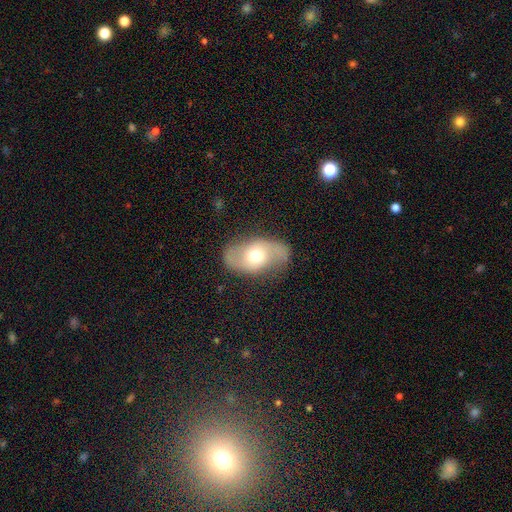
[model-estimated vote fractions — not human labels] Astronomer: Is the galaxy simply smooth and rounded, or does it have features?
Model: featured or disk — 70%.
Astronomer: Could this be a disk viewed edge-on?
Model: no — 95%.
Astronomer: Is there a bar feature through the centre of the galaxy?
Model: no — 66%.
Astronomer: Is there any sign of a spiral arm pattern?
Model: yes — 84%.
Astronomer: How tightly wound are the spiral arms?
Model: loose — 55% (runner-up: medium, 34%).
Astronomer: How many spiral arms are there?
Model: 2 — 91%.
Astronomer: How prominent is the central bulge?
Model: moderate — 65%.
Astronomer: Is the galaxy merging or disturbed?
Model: none — 77%.